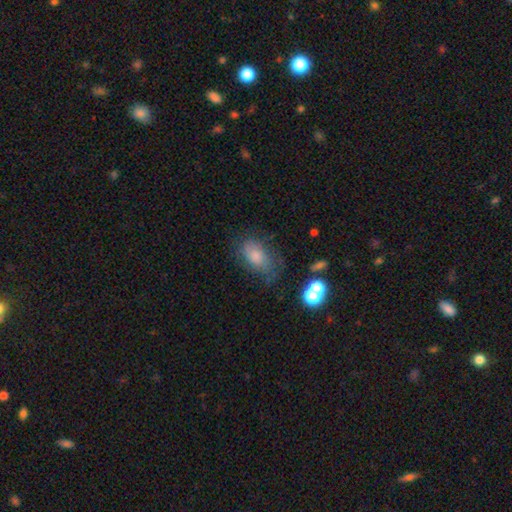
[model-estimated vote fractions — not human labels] The model was most divided on "merging": none: 58%, minor disturbance: 25%, major disturbance: 13%, merger: 4%. More confident: how rounded — in between (87%); smooth or featured — smooth (65%).